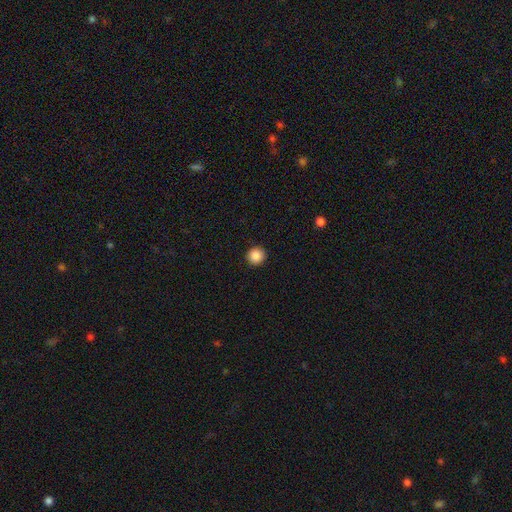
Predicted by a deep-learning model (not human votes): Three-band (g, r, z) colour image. It shows a smooth galaxy with no disk features (88%) that is round (95%). Merging: none (93%).